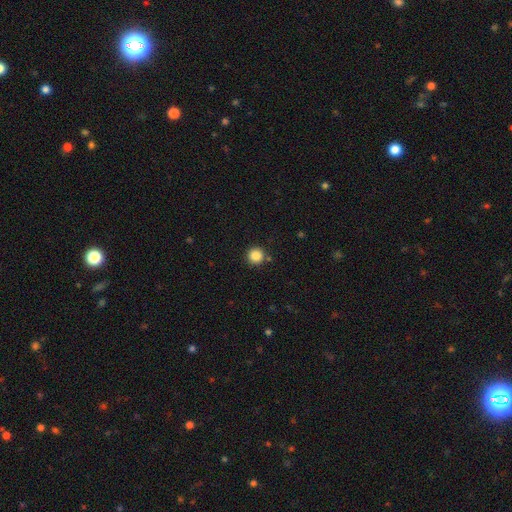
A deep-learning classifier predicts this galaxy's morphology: The model was most divided on "smooth or featured": smooth: 86%, star or artifact: 11%, featured or disk: 4%. More confident: how rounded — round (96%); merging — none (88%).